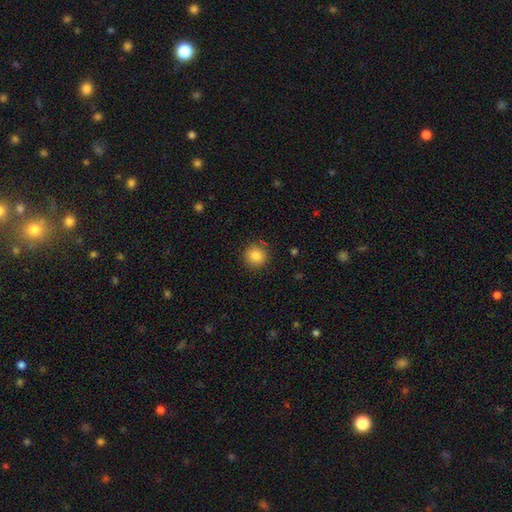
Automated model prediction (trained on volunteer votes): smooth_or_featured: smooth (p=0.84) [alt: star or artifact p=0.10]
how_rounded: round (p=0.93) [alt: in between p=0.06]
merging: none (p=0.89) [alt: minor disturbance p=0.07]